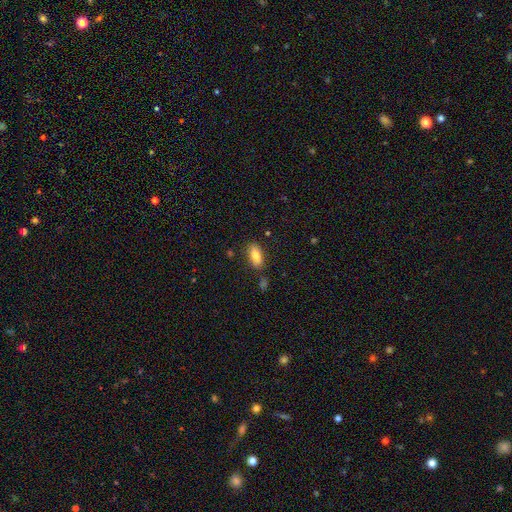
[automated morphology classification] The model was most divided on "merging": none: 81%, minor disturbance: 12%, merger: 4%, major disturbance: 3%. More confident: how rounded — in between (87%); smooth or featured — smooth (82%).